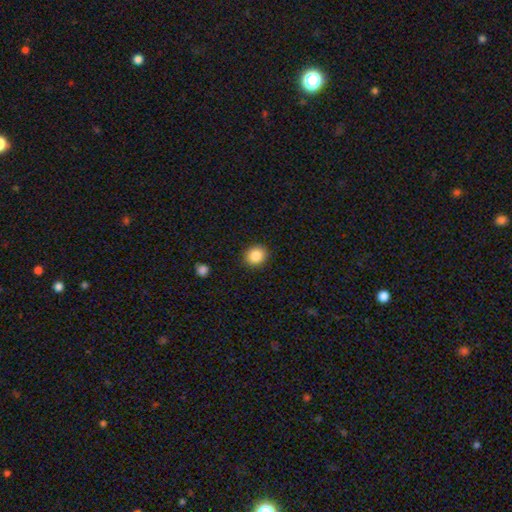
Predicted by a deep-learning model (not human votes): Smooth or featured?
  - smooth: 86% *
  - star or artifact: 9%
  - featured or disk: 4%
How rounded?
  - round: 83% *
  - in between: 16%
  - cigar-shaped: 1%
Merging?
  - none: 91% *
  - minor disturbance: 6%
  - major disturbance: 2%
  - merger: 1%